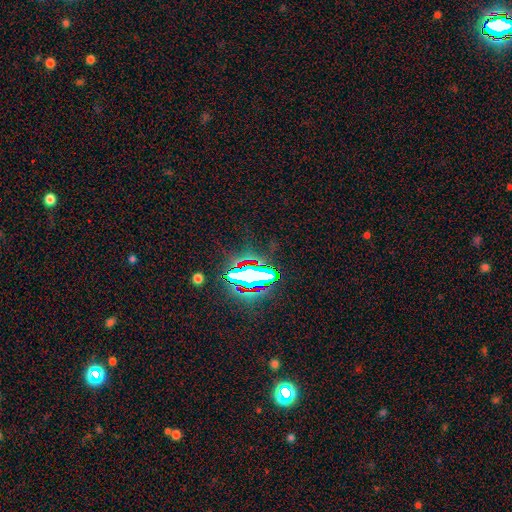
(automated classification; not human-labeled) Overall: star or artifact (82%).